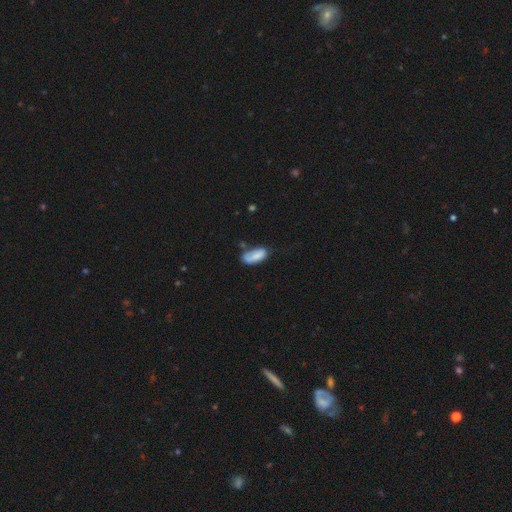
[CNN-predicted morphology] Smooth or featured?
  - smooth: 76% *
  - featured or disk: 17%
  - star or artifact: 7%
How rounded?
  - in between: 89% *
  - cigar-shaped: 9%
  - round: 2%
Merging?
  - none: 47% *
  - minor disturbance: 32%
  - major disturbance: 12%
  - merger: 9%